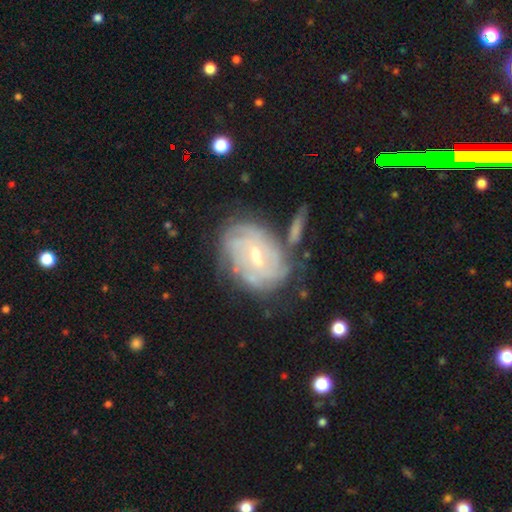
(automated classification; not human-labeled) Smooth or featured?
  - featured or disk: 77% *
  - smooth: 16%
  - star or artifact: 7%
Edge-on disk?
  - no: 96% *
  - yes: 4%
Bar?
  - weak: 59% *
  - no: 22%
  - strong: 19%
Spiral arms?
  - yes: 87% *
  - no: 13%
Spiral winding?
  - tight: 68% *
  - medium: 25%
  - loose: 8%
Spiral arm count?
  - can't tell: 53% *
  - 2: 16%
  - 3: 11%
  - 4: 11%
  - more than 4: 5%
  - 1: 4%
Bulge size?
  - small: 47% *
  - moderate: 42%
  - none: 6%
  - large: 3%
  - dominant: 1%
Merging?
  - none: 60% *
  - minor disturbance: 21%
  - major disturbance: 10%
  - merger: 9%